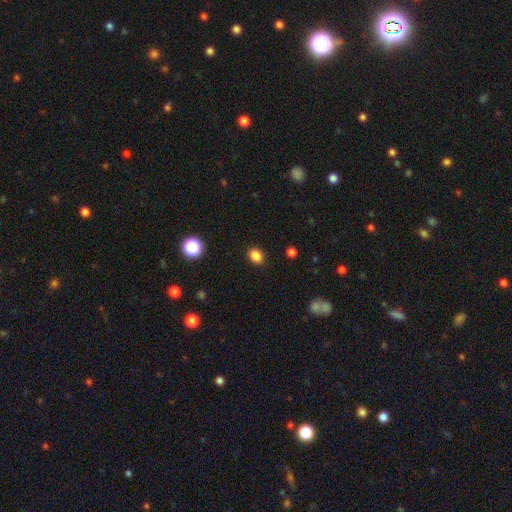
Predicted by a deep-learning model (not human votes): smooth-or-featured: smooth: 85% | star or artifact: 11% | featured or disk: 4%
  how-rounded: in between: 55% | round: 44% | cigar-shaped: 1%
  merging: none: 89% | minor disturbance: 7% | major disturbance: 2% | merger: 1%